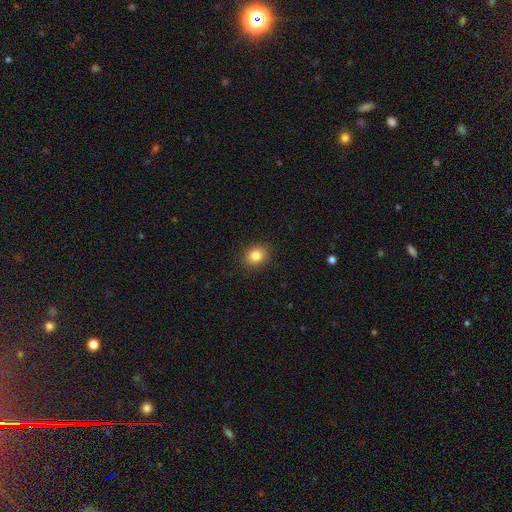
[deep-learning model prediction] Overall: smooth (83%). How rounded: round (66%; in between 33%). Merging: none (90%).